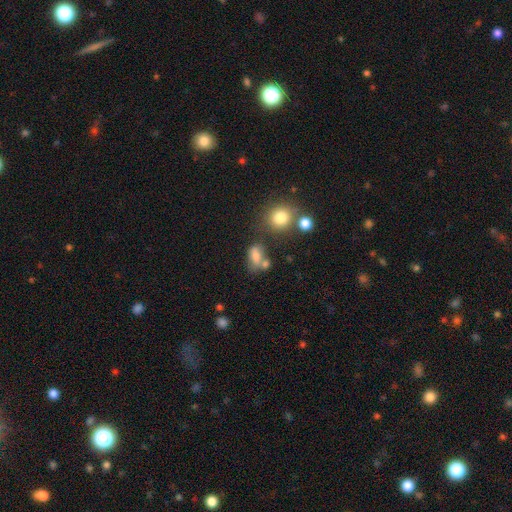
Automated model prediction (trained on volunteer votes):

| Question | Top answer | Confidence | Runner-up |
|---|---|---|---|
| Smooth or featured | smooth | 72% | featured or disk (14%) |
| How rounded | in between | 76% | round (21%) |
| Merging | none | 44% | merger (26%) |